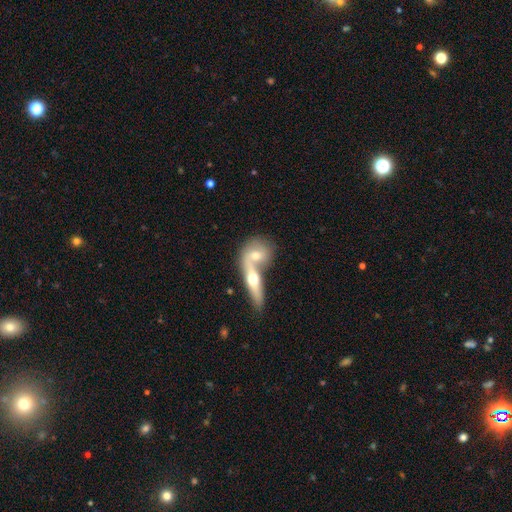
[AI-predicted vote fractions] Smooth or featured: smooth — 53% (featured or disk — 42%)
How rounded: in between — 43% (round — 38%)
Merging: merger — 62% (none — 28%)